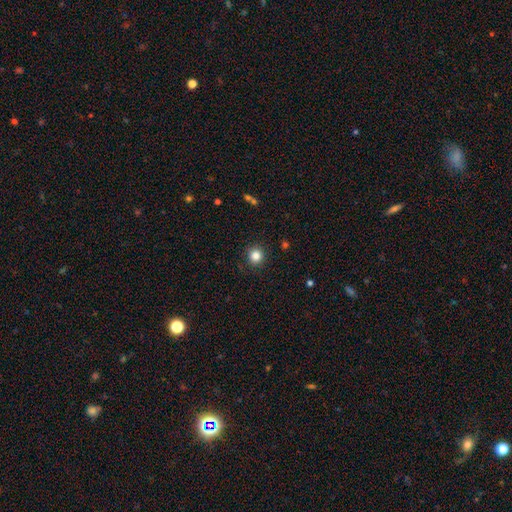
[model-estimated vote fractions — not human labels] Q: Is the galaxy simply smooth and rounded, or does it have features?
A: smooth — 85%.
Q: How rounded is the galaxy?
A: round — 92%.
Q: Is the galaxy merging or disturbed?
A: none — 90%.